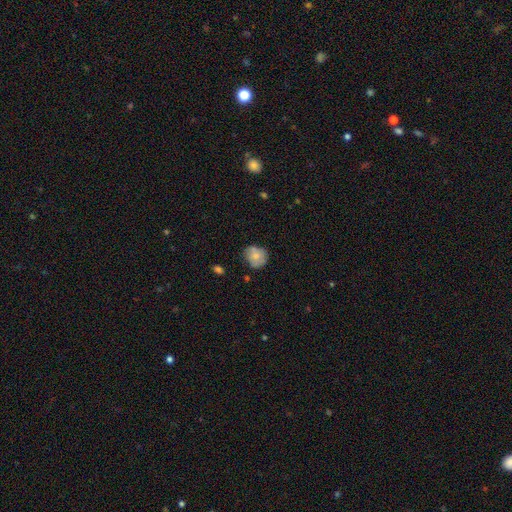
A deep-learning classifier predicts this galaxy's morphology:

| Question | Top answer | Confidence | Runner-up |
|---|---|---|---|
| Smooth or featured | smooth | 68% | featured or disk (24%) |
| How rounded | round | 76% | in between (23%) |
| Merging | none | 64% | minor disturbance (27%) |